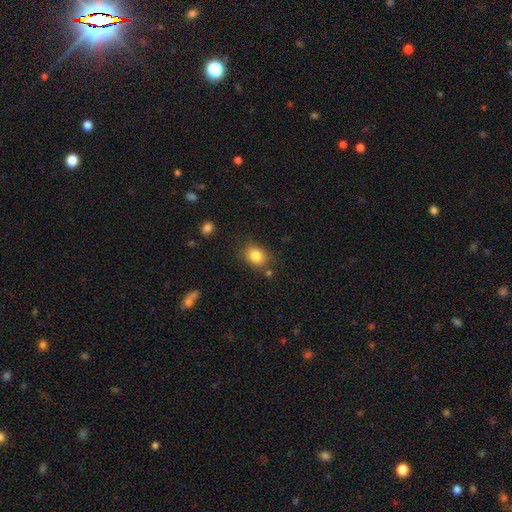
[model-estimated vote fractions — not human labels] smooth 84%, star or artifact 10%, featured or disk 7%. Down the decision tree: how rounded — in between (55%); merging — none (78%).